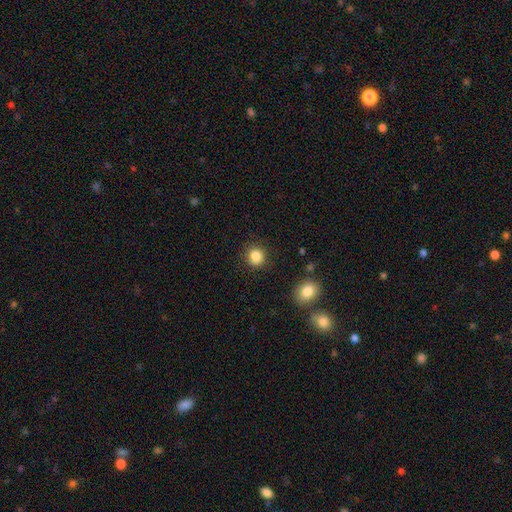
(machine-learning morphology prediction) Smooth or featured? smooth (86%)
How rounded? round (83%)
Merging? none (86%)